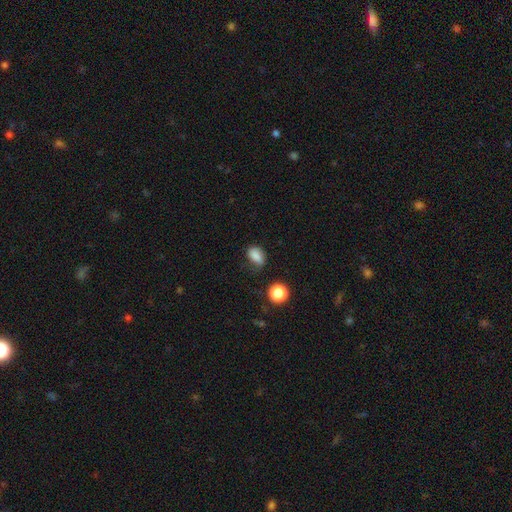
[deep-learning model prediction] A smooth galaxy with no disk features (81%) that is in between round and cigar-shaped (77%). Merging: none (59%).